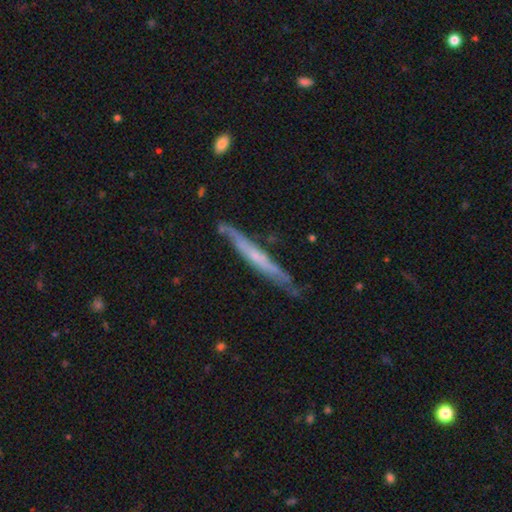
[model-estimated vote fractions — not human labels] Q: Smooth or featured?
A: featured or disk (63%); runner-up: smooth (32%)
Q: Edge-on disk?
A: yes (88%); runner-up: no (12%)
Q: Edge-on bulge?
A: none (64%); runner-up: rounded (30%)
Q: Merging?
A: none (70%); runner-up: minor disturbance (22%)